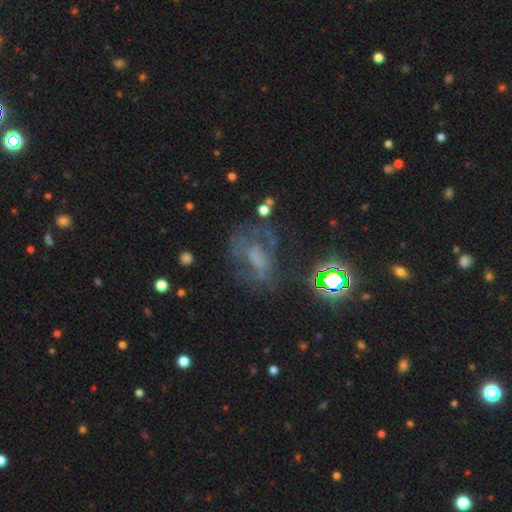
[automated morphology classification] Q: Smooth or featured?
A: featured or disk (50%); runner-up: star or artifact (28%)
Q: Edge-on disk?
A: no (95%); runner-up: yes (5%)
Q: Merging?
A: none (49%); runner-up: major disturbance (27%)